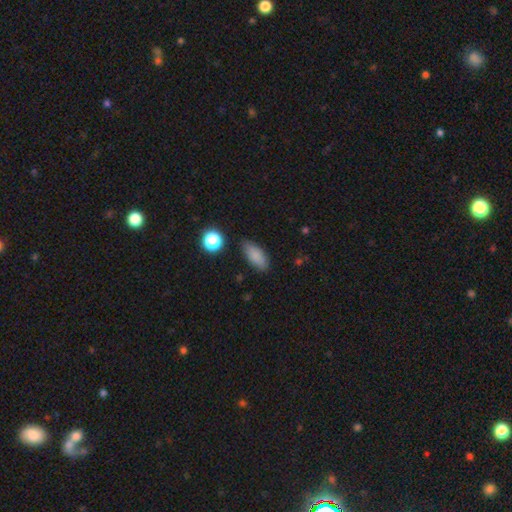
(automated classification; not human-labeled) Smooth or featured: smooth — 84% (star or artifact — 10%)
How rounded: in between — 83% (cigar-shaped — 13%)
Merging: none — 81% (minor disturbance — 13%)